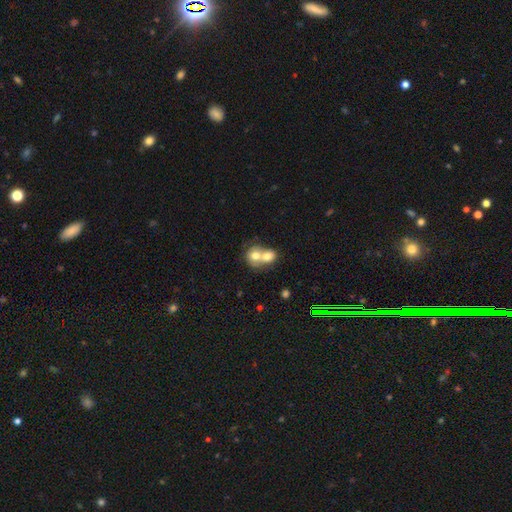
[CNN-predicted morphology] smooth_or_featured: smooth (p=0.68) [alt: featured or disk p=0.24]
how_rounded: round (p=0.64) [alt: in between p=0.35]
merging: merger (p=0.76) [alt: none p=0.16]